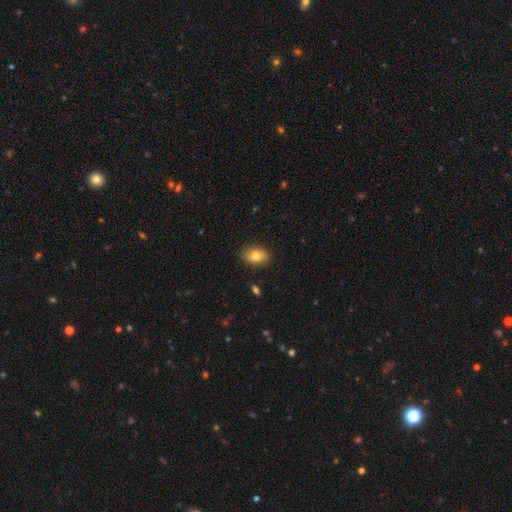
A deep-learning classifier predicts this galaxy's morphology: Smooth or featured? Predicted: smooth (p=0.78). How rounded? Predicted: in between (p=0.86). Merging? Predicted: none (p=0.88).